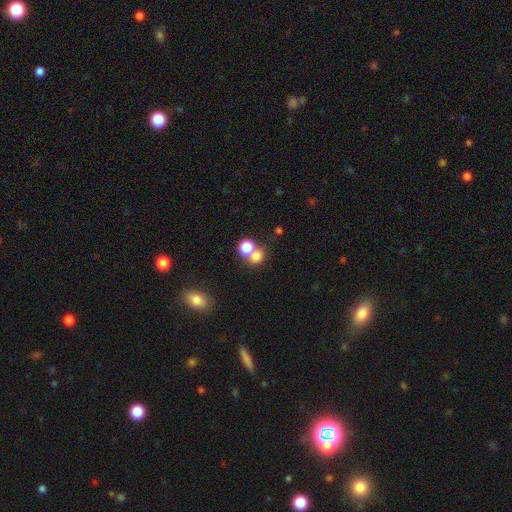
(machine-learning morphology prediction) Q: Smooth or featured?
A: smooth (75%); runner-up: star or artifact (15%)
Q: How rounded?
A: round (69%); runner-up: in between (30%)
Q: Merging?
A: merger (49%); runner-up: none (40%)